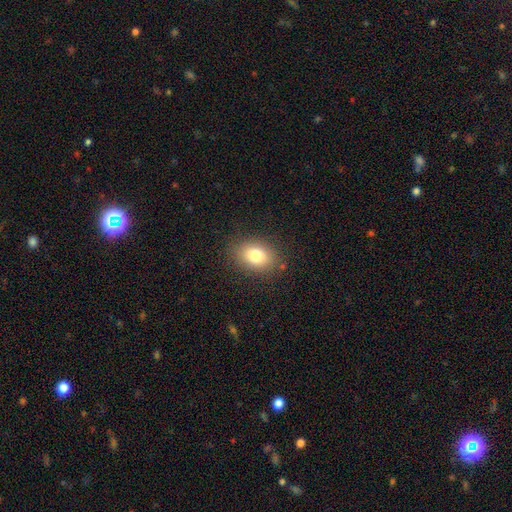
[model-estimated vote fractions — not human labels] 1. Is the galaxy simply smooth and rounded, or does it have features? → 80% smooth, 10% star or artifact, 10% featured or disk.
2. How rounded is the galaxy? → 68% in between, 31% round, 1% cigar-shaped.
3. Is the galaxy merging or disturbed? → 85% none, 11% minor disturbance, 4% major disturbance, 1% merger.